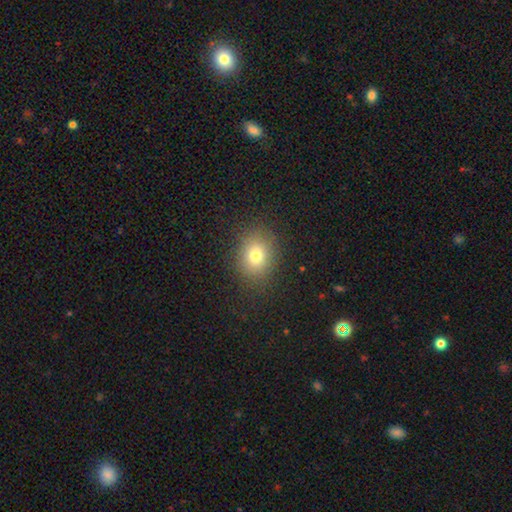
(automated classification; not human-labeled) Q: Smooth or featured?
A: smooth (77%); runner-up: star or artifact (13%)
Q: How rounded?
A: round (55%); runner-up: in between (44%)
Q: Merging?
A: none (86%); runner-up: minor disturbance (9%)